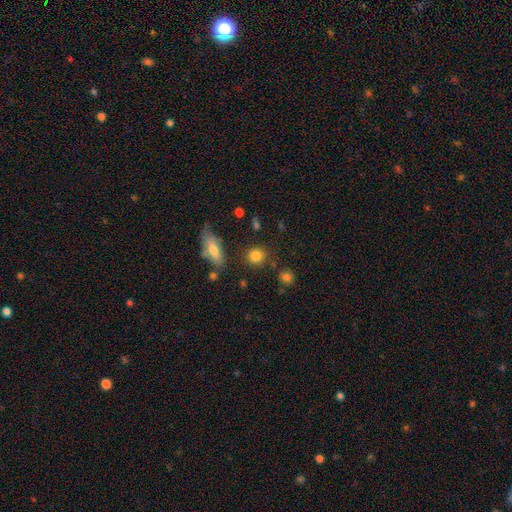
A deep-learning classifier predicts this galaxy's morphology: type=smooth (83%); roundness=round (80%); merging=none (79%).